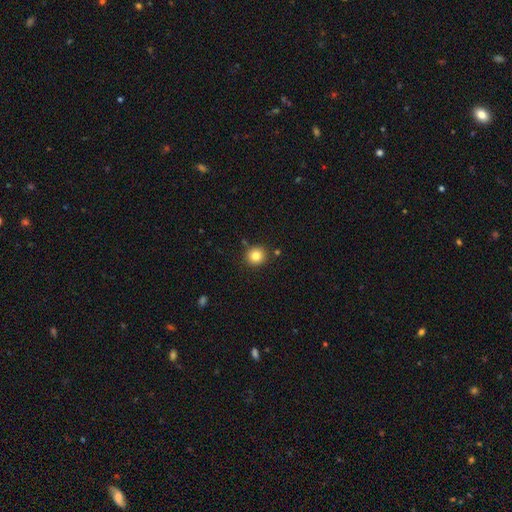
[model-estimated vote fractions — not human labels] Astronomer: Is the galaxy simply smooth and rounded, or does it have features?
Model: smooth — 82%.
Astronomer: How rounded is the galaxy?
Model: round — 89%.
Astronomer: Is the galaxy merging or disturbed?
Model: none — 86%.